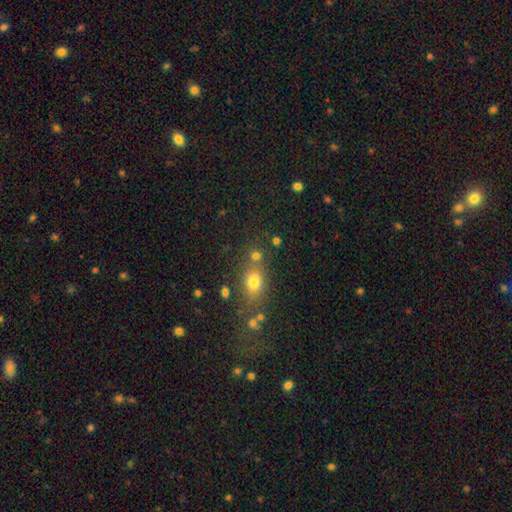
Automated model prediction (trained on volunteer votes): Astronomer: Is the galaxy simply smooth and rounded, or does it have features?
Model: smooth — 69%.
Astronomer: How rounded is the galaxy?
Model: round — 58% (runner-up: in between, 39%).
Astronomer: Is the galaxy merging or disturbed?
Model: none — 60%.